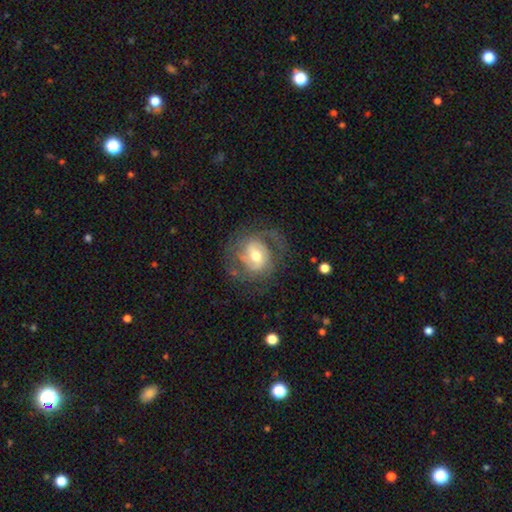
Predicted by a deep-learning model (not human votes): Overall: featured or disk (77%). Edge-on disk: no (97%). Bar: weak (46%; no 37%). Spiral arms: yes (88%). Spiral arm count: 2 (64%). Spiral winding: medium (42%; tight 39%). Bulge size: moderate (69%). Merging: none (63%).